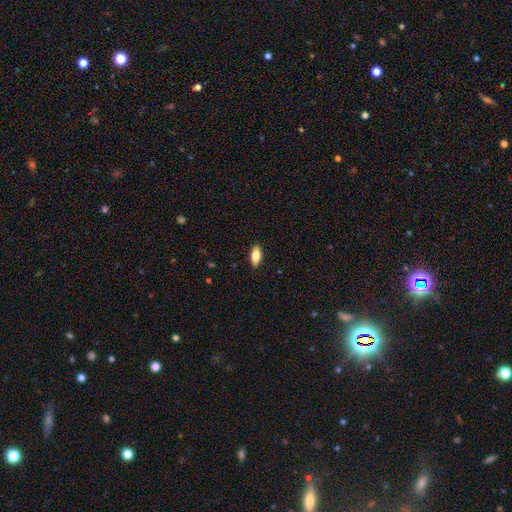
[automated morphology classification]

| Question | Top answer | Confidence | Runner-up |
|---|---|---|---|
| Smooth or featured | smooth | 79% | featured or disk (15%) |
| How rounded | in between | 84% | cigar-shaped (14%) |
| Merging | none | 89% | minor disturbance (8%) |